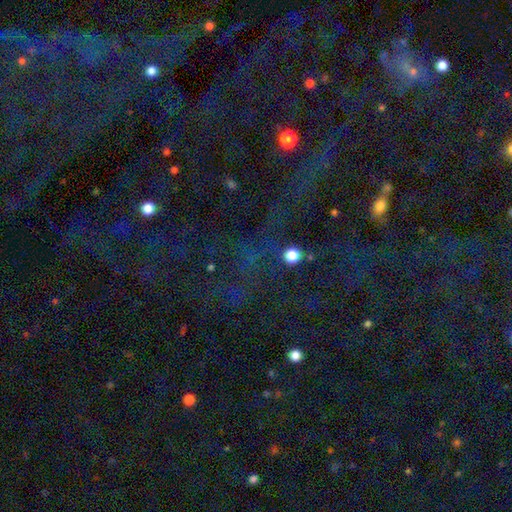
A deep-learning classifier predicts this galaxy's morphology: This is likely a star or artifact rather than a galaxy (77%).